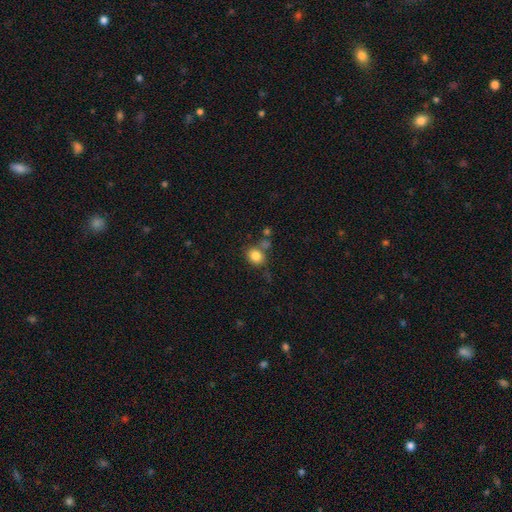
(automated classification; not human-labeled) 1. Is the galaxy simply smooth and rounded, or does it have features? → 83% smooth, 10% star or artifact, 7% featured or disk.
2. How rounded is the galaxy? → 60% round, 39% in between, 1% cigar-shaped.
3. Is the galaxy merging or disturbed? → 64% none, 16% minor disturbance, 14% merger, 6% major disturbance.